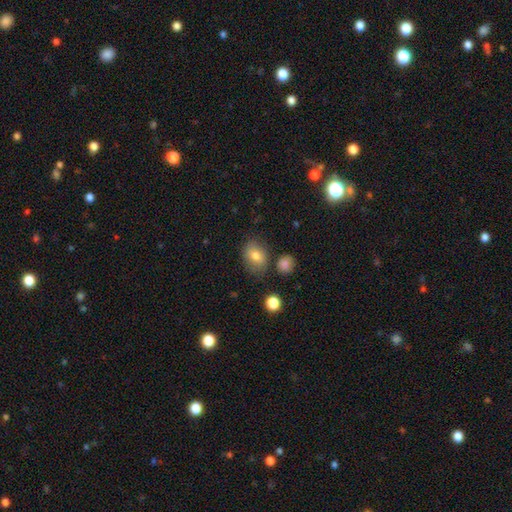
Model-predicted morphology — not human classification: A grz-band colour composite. It shows a smooth galaxy with no disk features (77%) that is in between round and cigar-shaped (64%). Merging: none (74%).